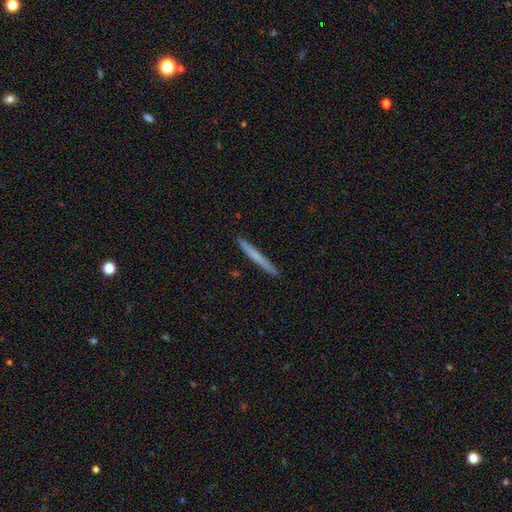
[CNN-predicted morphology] Smooth or featured?
  - smooth: 61% *
  - featured or disk: 33%
  - star or artifact: 6%
How rounded?
  - cigar-shaped: 97% *
  - in between: 2%
  - round: 1%
Merging?
  - none: 91% *
  - minor disturbance: 6%
  - major disturbance: 1%
  - merger: 1%